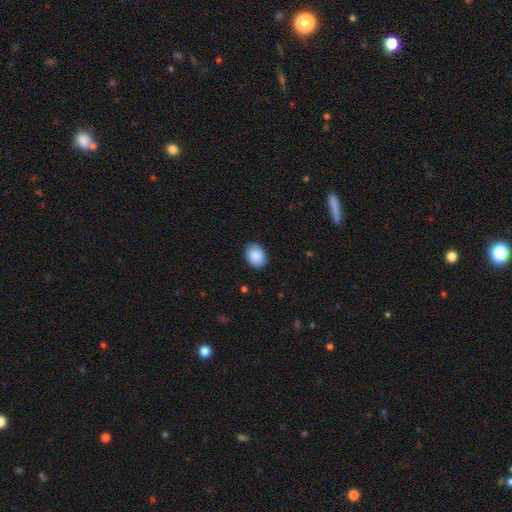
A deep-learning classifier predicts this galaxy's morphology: Overall: smooth (89%). How rounded: in between (70%). Merging: none (88%).